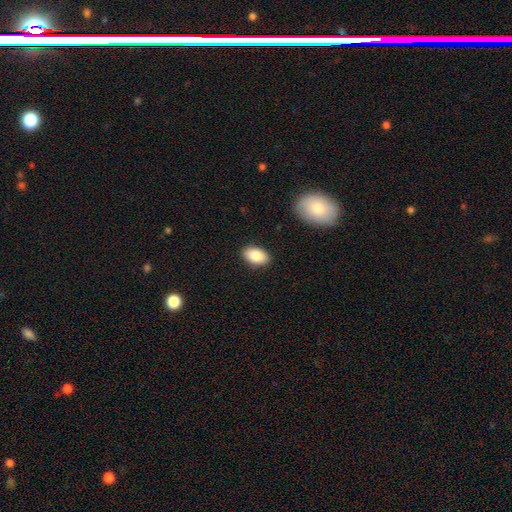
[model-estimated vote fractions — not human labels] smooth-or-featured: smooth: 86% | star or artifact: 7% | featured or disk: 7%
  how-rounded: in between: 92% | round: 6% | cigar-shaped: 2%
  merging: none: 88% | minor disturbance: 9% | major disturbance: 2% | merger: 1%